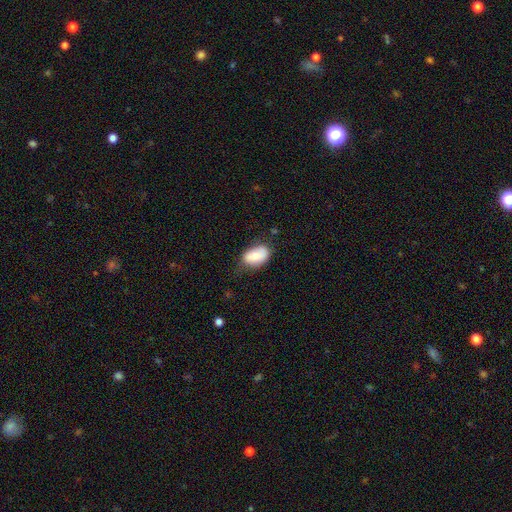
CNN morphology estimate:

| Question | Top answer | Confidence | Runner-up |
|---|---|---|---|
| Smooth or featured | smooth | 78% | featured or disk (15%) |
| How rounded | in between | 91% | round (8%) |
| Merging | none | 59% | minor disturbance (31%) |